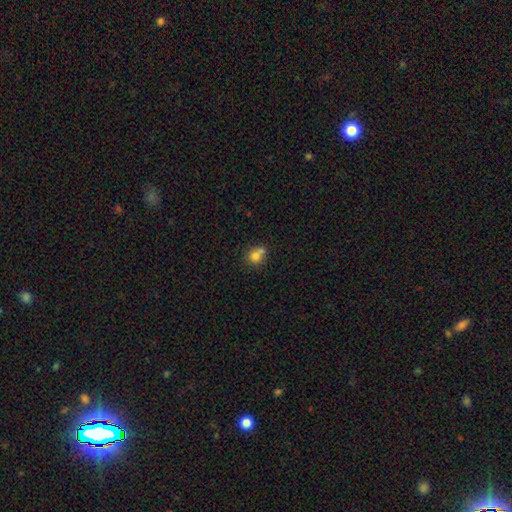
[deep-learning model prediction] smooth 75%, featured or disk 14%, star or artifact 12%. Down the decision tree: how rounded — round (76%); merging — merger (44%).